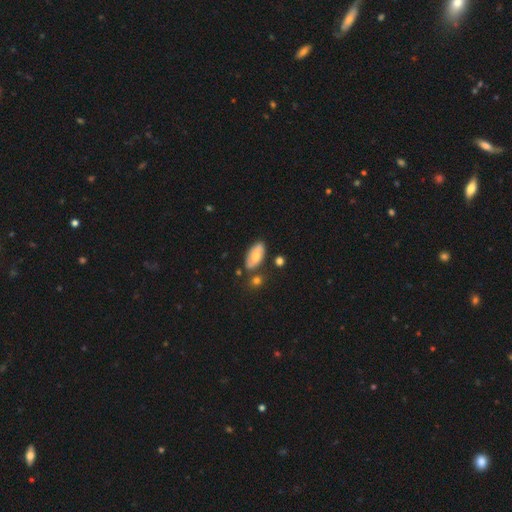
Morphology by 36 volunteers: A smooth galaxy with no disk features (50%) that is in between round and cigar-shaped (94%).

Vote fractions:
- Smooth or featured? smooth: 50% / featured or disk: 44% / star or artifact: 6%
- How rounded? in between: 94% / round: 6% / cigar-shaped: 0%
- Merging? none: 85% / merger: 9% / minor disturbance: 3% / major disturbance: 3%